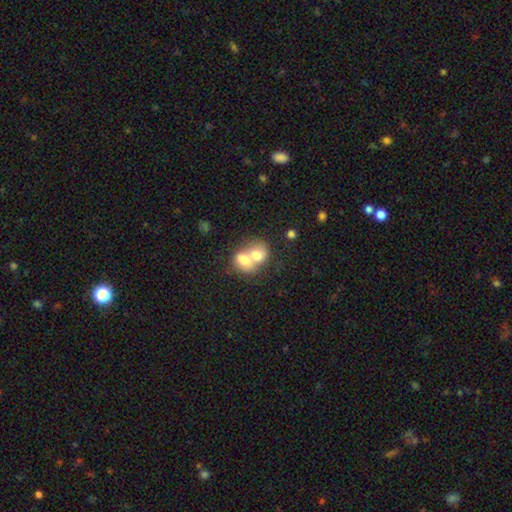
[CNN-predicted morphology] Smooth or featured? smooth (67%)
How rounded? in between (53%)
Merging? merger (78%)